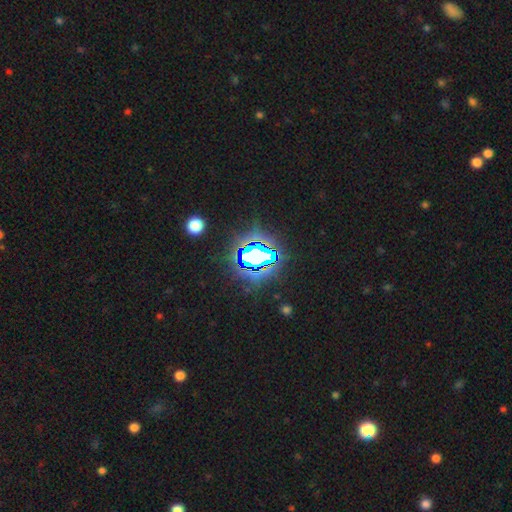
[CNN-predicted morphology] Smooth or featured?
  - star or artifact: 75% *
  - smooth: 13%
  - featured or disk: 12%